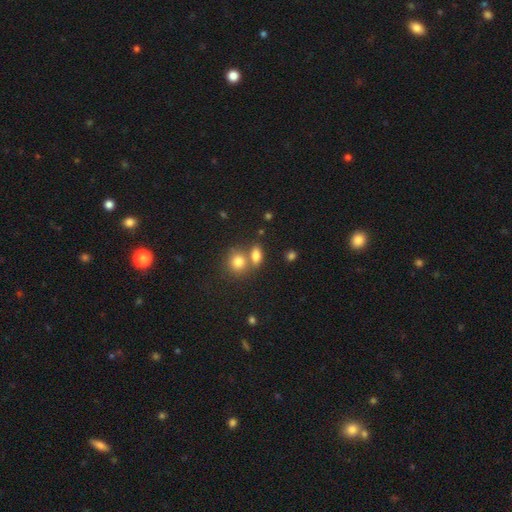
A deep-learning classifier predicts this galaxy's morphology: Smooth or featured? Predicted: smooth (p=0.79). How rounded? Predicted: in between (p=0.72). Merging? Predicted: none (p=0.47).